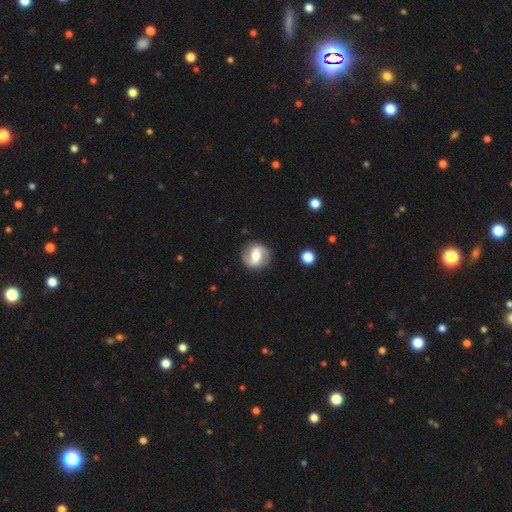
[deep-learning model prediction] A featured or disk galaxy (69%) with a weak bar (42%), 2 (90%) medium (42%) spiral arms (85%) and a moderate central bulge (63%).

Vote fractions:
- Smooth or featured? featured or disk: 69% / smooth: 25% / star or artifact: 7%
- Edge-on disk? no: 96% / yes: 4%
- Bar? weak: 42% / strong: 37% / no: 21%
- Spiral arms? yes: 85% / no: 15%
- Spiral winding? medium: 42% / loose: 38% / tight: 20%
- Spiral arm count? 2: 90% / can't tell: 5% / 1: 3% / 3: 1% / 4: 1% / more than 4: 1%
- Bulge size? moderate: 63% / large: 18% / small: 15% / dominant: 2% / none: 2%
- Merging? none: 86% / minor disturbance: 10% / major disturbance: 4% / merger: 1%